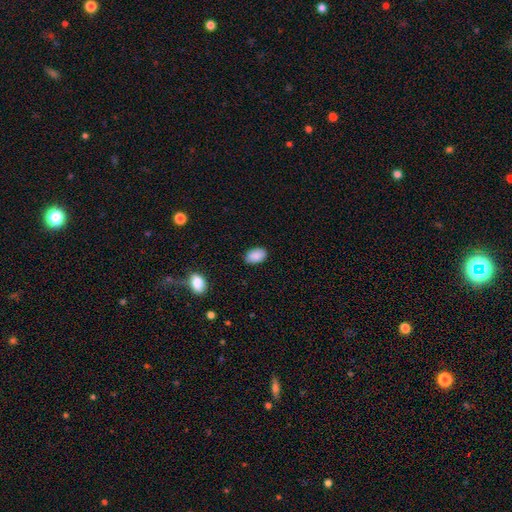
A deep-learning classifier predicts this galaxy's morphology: Overall: smooth (89%). How rounded: in between (90%). Merging: none (86%).